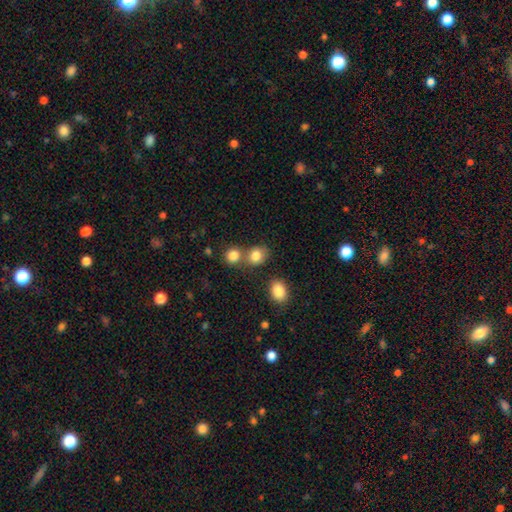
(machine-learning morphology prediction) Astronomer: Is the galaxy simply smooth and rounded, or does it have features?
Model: smooth — 83%.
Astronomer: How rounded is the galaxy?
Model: round — 64%.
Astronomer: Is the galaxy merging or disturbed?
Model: none — 54% (runner-up: merger, 32%).